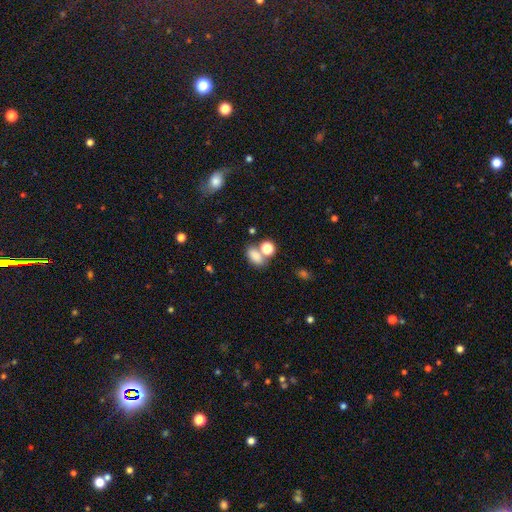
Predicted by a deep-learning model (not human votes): A smooth galaxy with no disk features (78%) that is in between round and cigar-shaped (80%).

Vote fractions:
- Smooth or featured? smooth: 78% / star or artifact: 13% / featured or disk: 9%
- How rounded? in between: 80% / round: 18% / cigar-shaped: 3%
- Merging? none: 47% / merger: 35% / minor disturbance: 12% / major disturbance: 6%